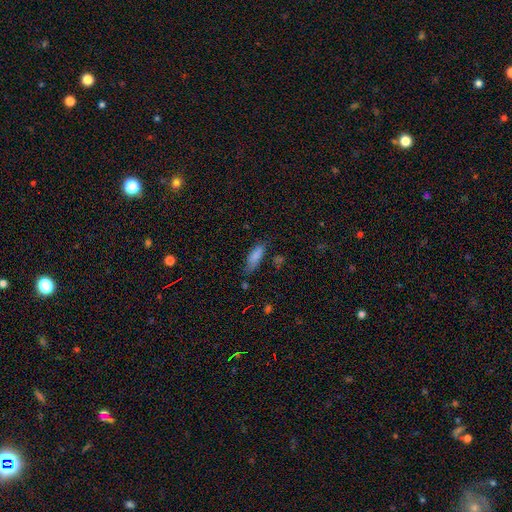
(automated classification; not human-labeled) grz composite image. It shows a smooth galaxy with no disk features (81%) that is in between round and cigar-shaped (59%). Merging: none (59%).